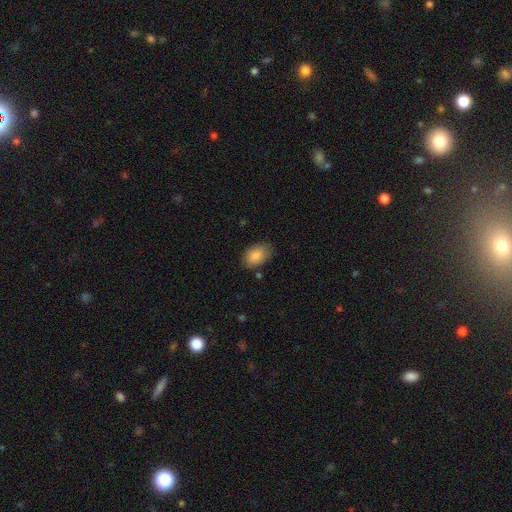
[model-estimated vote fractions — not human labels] Smooth or featured: smooth — 87% (star or artifact — 7%)
How rounded: in between — 89% (round — 10%)
Merging: none — 78% (minor disturbance — 16%)